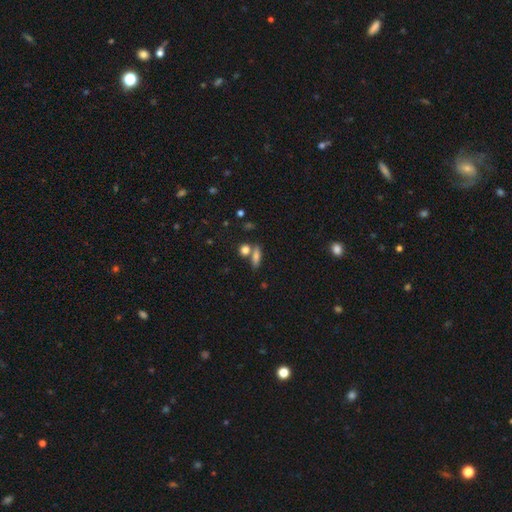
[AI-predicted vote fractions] Overall: smooth (73%). How rounded: in between (50%; cigar-shaped 37%). Merging: none (60%; merger 25%).